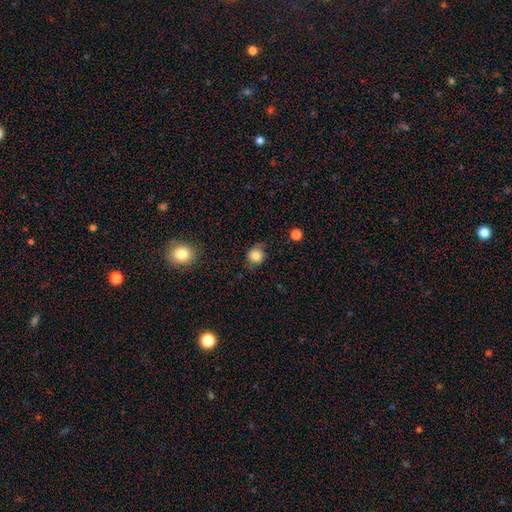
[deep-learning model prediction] smooth_or_featured: smooth (p=0.82) [alt: star or artifact p=0.11]
how_rounded: round (p=0.83) [alt: in between p=0.16]
merging: none (p=0.74) [alt: minor disturbance p=0.19]